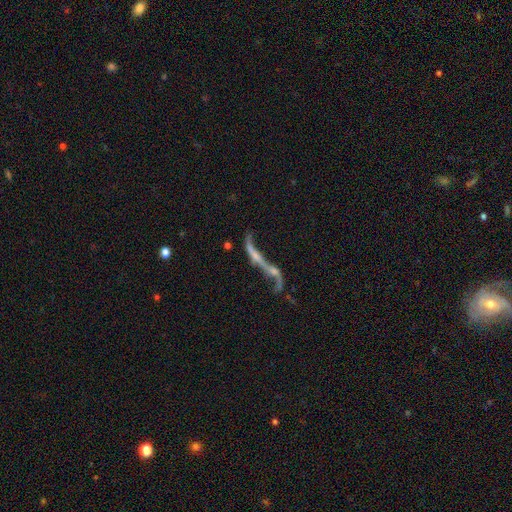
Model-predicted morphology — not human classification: A featured or disk galaxy (72%) with no bar (62%), spiral arms (57%) and a small central bulge (41%). Merging: merger (40%).